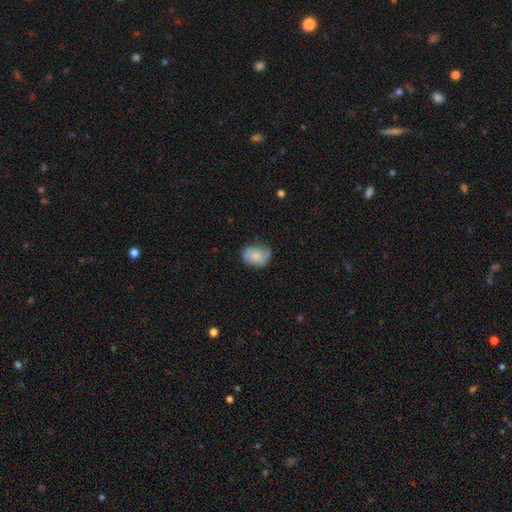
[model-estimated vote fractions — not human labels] Smooth or featured?
  - smooth: 68% *
  - featured or disk: 24%
  - star or artifact: 8%
How rounded?
  - in between: 60% *
  - round: 39%
  - cigar-shaped: 1%
Merging?
  - none: 62% *
  - minor disturbance: 28%
  - major disturbance: 8%
  - merger: 2%